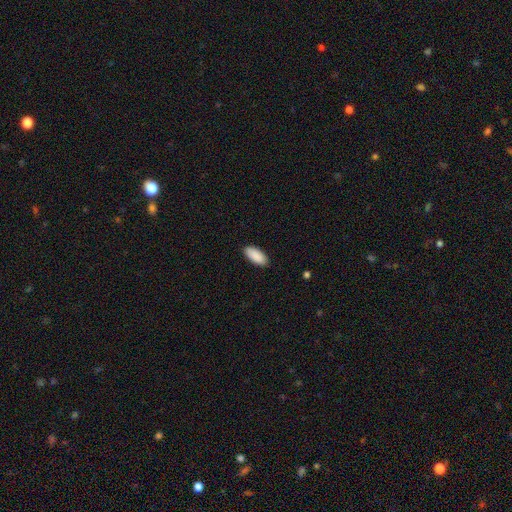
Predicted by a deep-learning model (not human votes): This is clearly a smooth galaxy (91%). How rounded: clearly in between (89%). Merging: clearly none (89%).